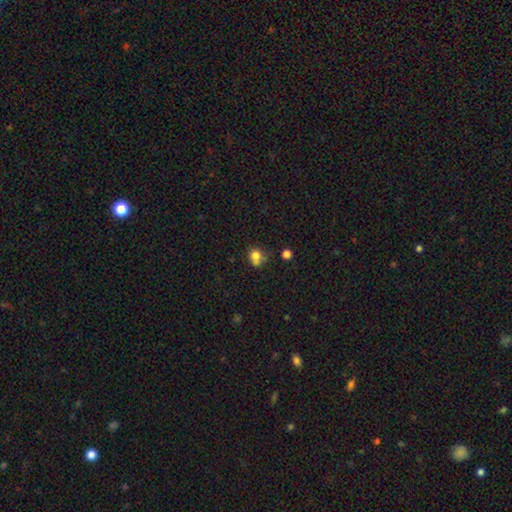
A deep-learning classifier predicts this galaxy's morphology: This appears to be a smooth galaxy with no disk features (75%) that is round (74%). Merging: none (46%).